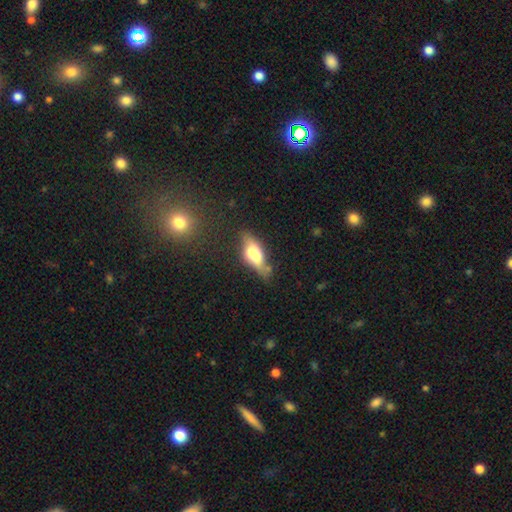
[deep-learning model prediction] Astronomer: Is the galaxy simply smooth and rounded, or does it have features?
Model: smooth — 55% (runner-up: featured or disk, 36%).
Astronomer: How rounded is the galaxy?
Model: in between — 72%.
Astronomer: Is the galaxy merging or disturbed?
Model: none — 41% (runner-up: merger, 25%).